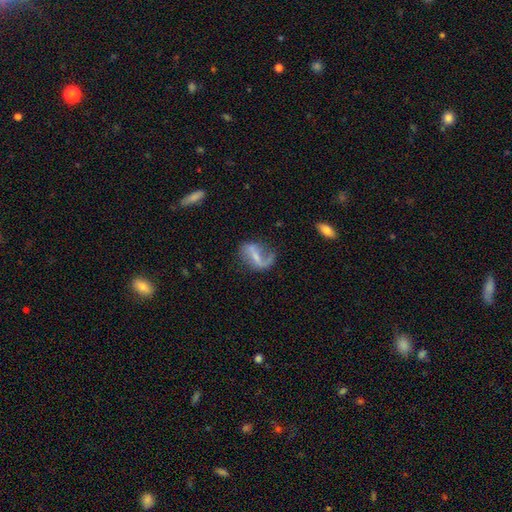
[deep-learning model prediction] Morphology: type=featured or disk (72%); edge-on=no (96%); bar=weak (40%); spiral arms=yes (83%); winding=loose (70%); arm count=2 (59%); bulge=small (45%); merging=none (47%).